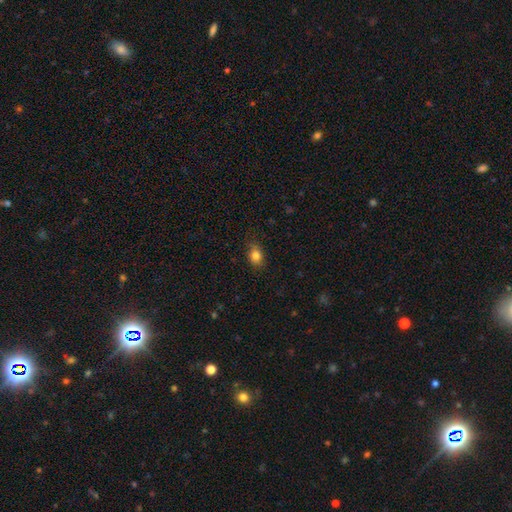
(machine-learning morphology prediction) type=smooth (83%); roundness=in between (66%); merging=none (81%).